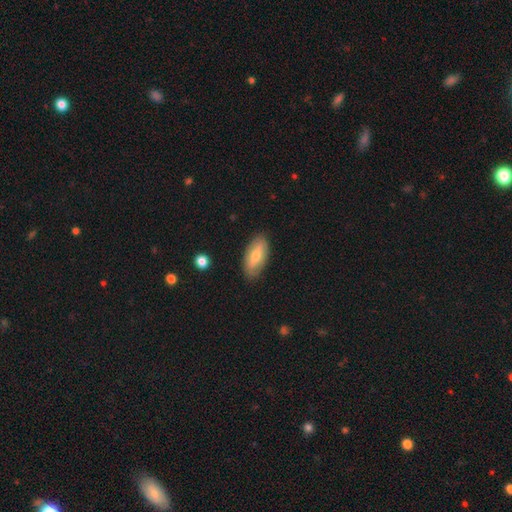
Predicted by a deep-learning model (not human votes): A smooth galaxy with no disk features (63%) that is in between round and cigar-shaped (88%).

Vote fractions:
- Smooth or featured? smooth: 63% / featured or disk: 31% / star or artifact: 6%
- How rounded? in between: 88% / cigar-shaped: 9% / round: 3%
- Merging? none: 85% / minor disturbance: 11% / major disturbance: 2% / merger: 1%